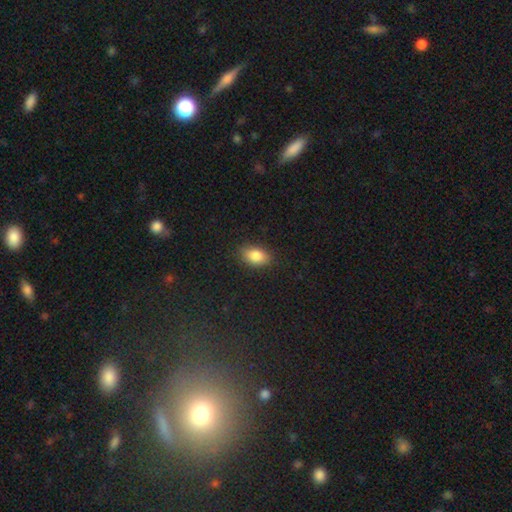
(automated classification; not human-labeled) smooth_or_featured: smooth (p=0.84) [alt: star or artifact p=0.09]
how_rounded: in between (p=0.88) [alt: round p=0.10]
merging: none (p=0.85) [alt: minor disturbance p=0.11]